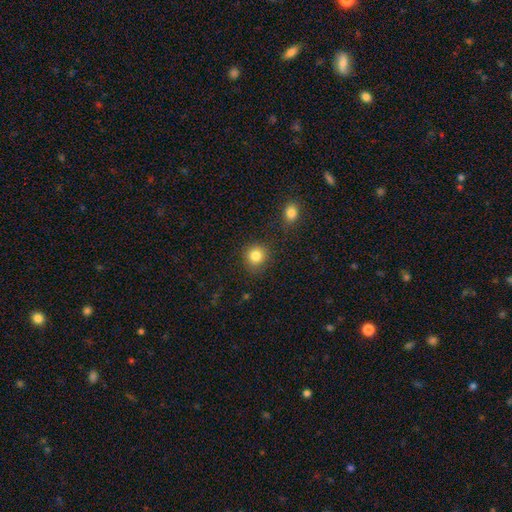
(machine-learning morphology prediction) smooth-or-featured: smooth: 84% | star or artifact: 10% | featured or disk: 5%
  how-rounded: round: 90% | in between: 9% | cigar-shaped: 1%
  merging: none: 85% | minor disturbance: 9% | merger: 3% | major disturbance: 3%